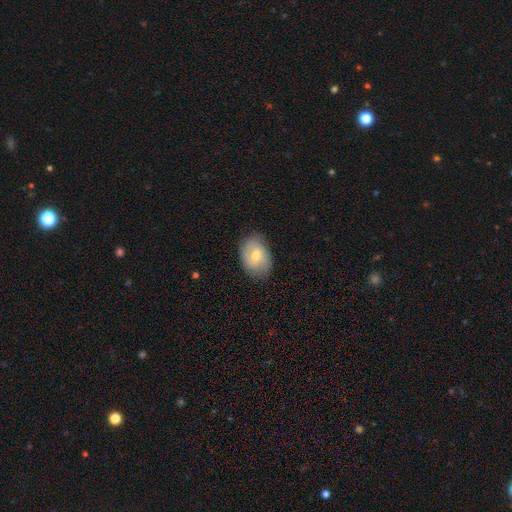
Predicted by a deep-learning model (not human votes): This is likely a smooth galaxy (64%). How rounded: likely in between (79%). Merging: clearly none (81%).